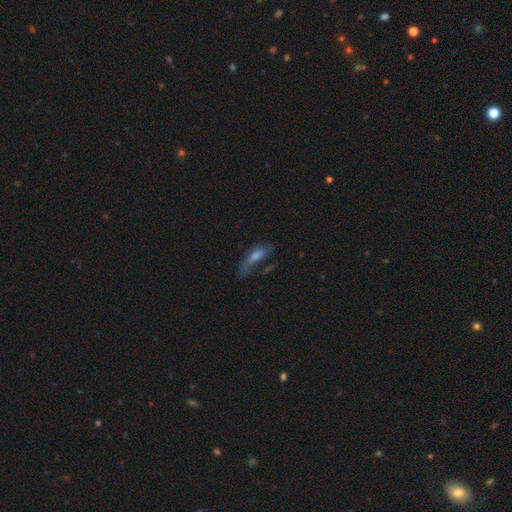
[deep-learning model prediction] A featured or disk galaxy (46%).

Vote fractions:
- Smooth or featured? featured or disk: 46% / smooth: 39% / star or artifact: 15%
- Merging? none: 43% / major disturbance: 29% / minor disturbance: 23% / merger: 6%